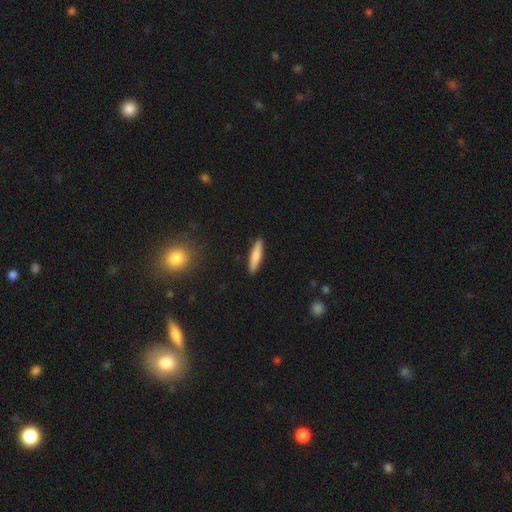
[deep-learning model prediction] smooth 80%, featured or disk 14%, star or artifact 6%. Down the decision tree: how rounded — cigar-shaped (80%); merging — none (91%).